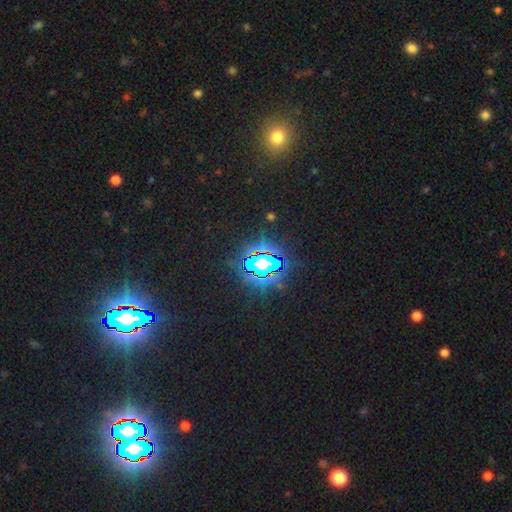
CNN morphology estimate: smooth_or_featured: star or artifact (p=0.82) [alt: smooth p=0.10]